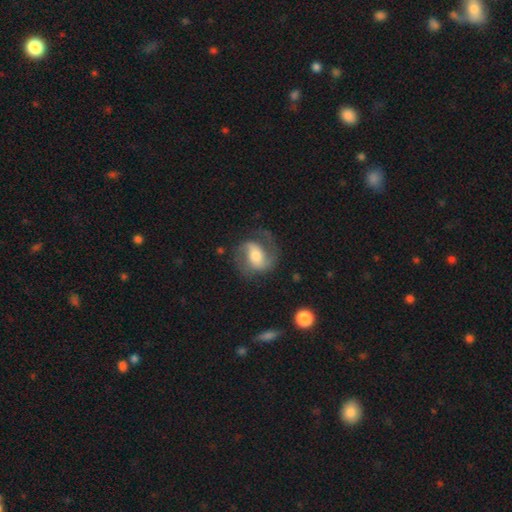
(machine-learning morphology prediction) featured or disk 77%, smooth 17%, star or artifact 6%. Down the decision tree: edge-on disk — no (97%); bar — weak (41%); spiral arms — yes (93%); spiral arm count — 2 (84%); spiral winding — medium (52%); bulge size — moderate (58%); merging — none (66%).